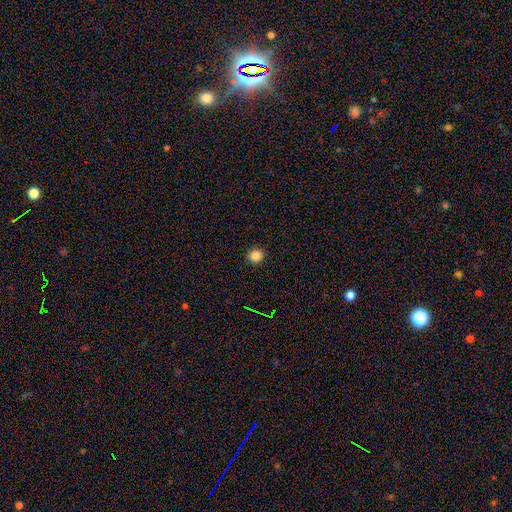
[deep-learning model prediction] A smooth galaxy with no disk features (85%) that is round (82%).

Vote fractions:
- Smooth or featured? smooth: 85% / star or artifact: 12% / featured or disk: 3%
- How rounded? round: 82% / in between: 17% / cigar-shaped: 1%
- Merging? none: 91% / minor disturbance: 6% / major disturbance: 2% / merger: 1%